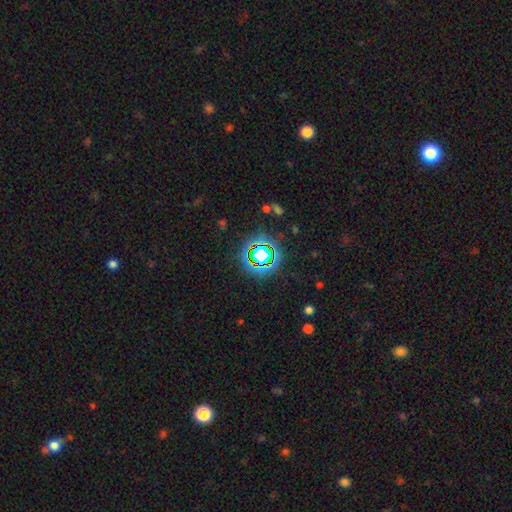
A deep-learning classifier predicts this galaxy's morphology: Smooth or featured: star or artifact — 74% (smooth — 17%)